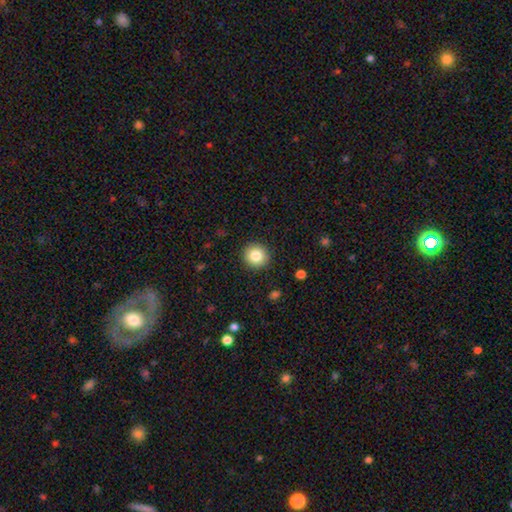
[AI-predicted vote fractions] Smooth or featured? smooth (83%)
How rounded? round (92%)
Merging? none (91%)